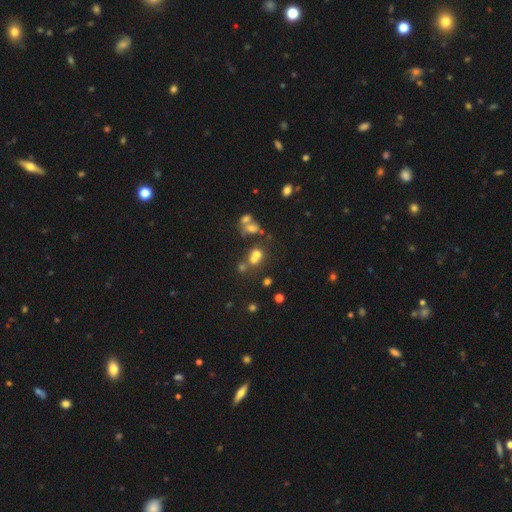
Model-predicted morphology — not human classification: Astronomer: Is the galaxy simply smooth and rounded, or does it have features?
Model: smooth — 56%.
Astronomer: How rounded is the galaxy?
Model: round — 73%.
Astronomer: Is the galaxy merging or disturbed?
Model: merger — 48% (runner-up: none, 38%).